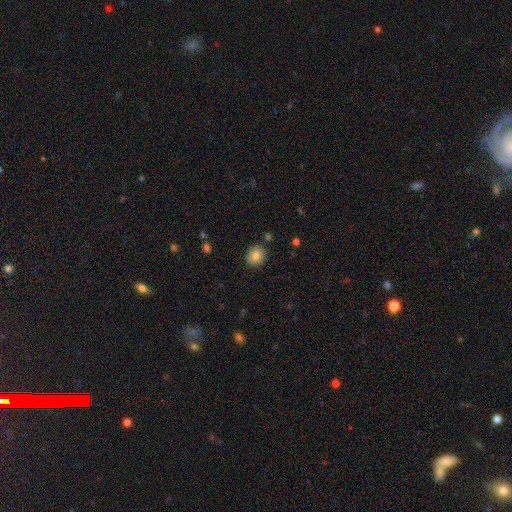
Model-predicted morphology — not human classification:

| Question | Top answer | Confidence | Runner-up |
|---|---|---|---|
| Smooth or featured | smooth | 78% | featured or disk (13%) |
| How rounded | round | 83% | in between (17%) |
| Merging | none | 87% | minor disturbance (9%) |